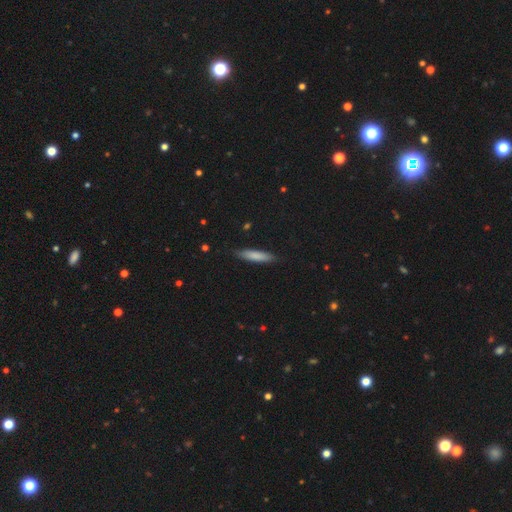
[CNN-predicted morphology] A smooth galaxy with no disk features (78%) that is cigar-shaped (82%).

Vote fractions:
- Smooth or featured? smooth: 78% / featured or disk: 16% / star or artifact: 6%
- How rounded? cigar-shaped: 82% / in between: 17% / round: 1%
- Merging? none: 86% / minor disturbance: 11% / major disturbance: 2% / merger: 1%